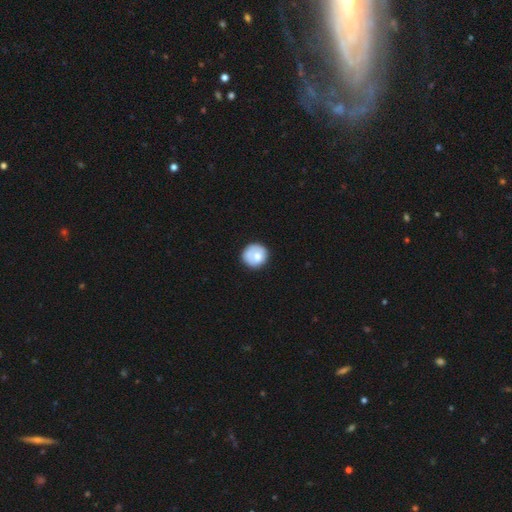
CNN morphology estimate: This is likely a smooth galaxy (71%). How rounded: clearly round (89%). Merging: likely none (71%).